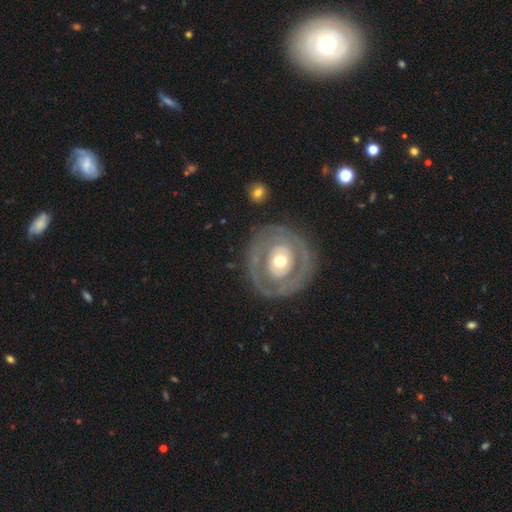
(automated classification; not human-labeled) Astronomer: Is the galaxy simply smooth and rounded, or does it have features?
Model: featured or disk — 73%.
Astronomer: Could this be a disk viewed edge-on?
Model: no — 95%.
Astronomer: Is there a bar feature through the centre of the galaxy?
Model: no — 50% (runner-up: weak, 31%).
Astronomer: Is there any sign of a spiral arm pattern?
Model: no — 51% (runner-up: yes, 49%).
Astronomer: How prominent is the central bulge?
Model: moderate — 62%.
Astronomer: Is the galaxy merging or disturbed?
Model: none — 79%.